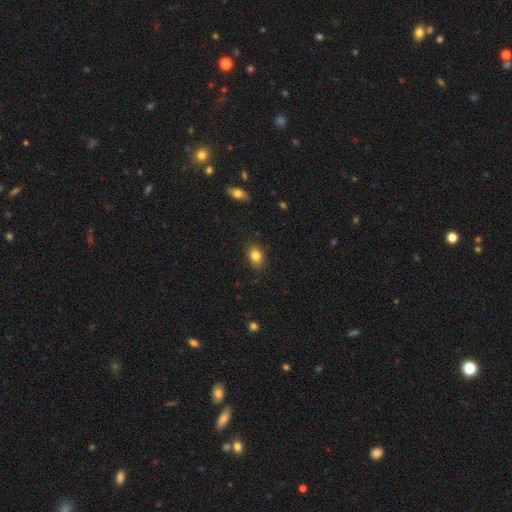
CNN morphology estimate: Smooth or featured?
  - smooth: 82% *
  - star or artifact: 10%
  - featured or disk: 8%
How rounded?
  - in between: 72% *
  - round: 26%
  - cigar-shaped: 1%
Merging?
  - none: 82% *
  - minor disturbance: 14%
  - major disturbance: 2%
  - merger: 1%